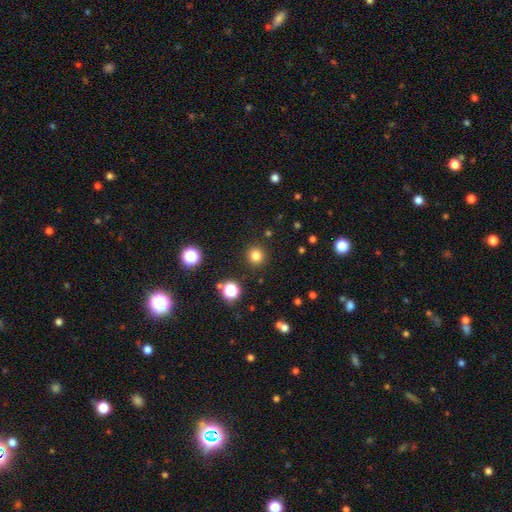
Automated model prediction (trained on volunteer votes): smooth 80%, star or artifact 15%, featured or disk 5%. Down the decision tree: how rounded — round (94%); merging — none (91%).